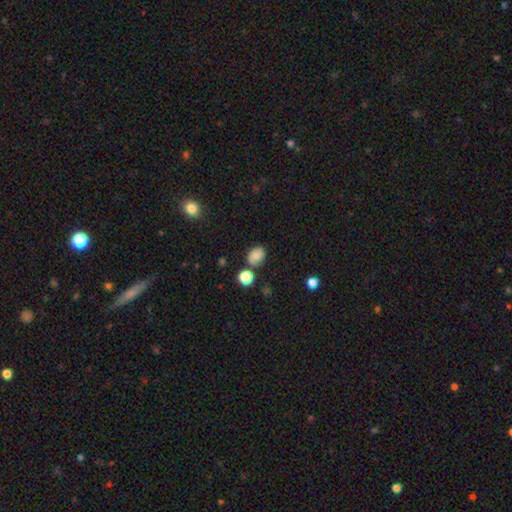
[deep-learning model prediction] A smooth galaxy with no disk features (74%) that is in between round and cigar-shaped (57%). Merging: none (69%).